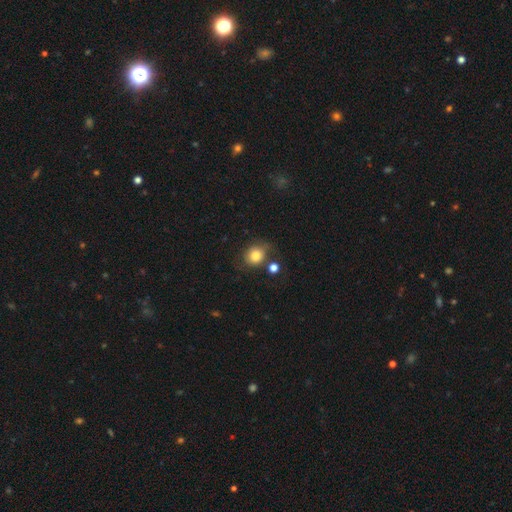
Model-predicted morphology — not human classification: Overall: smooth (81%). How rounded: round (70%). Merging: none (64%).